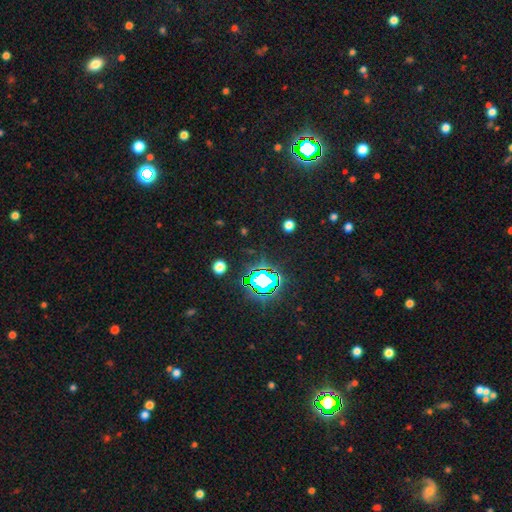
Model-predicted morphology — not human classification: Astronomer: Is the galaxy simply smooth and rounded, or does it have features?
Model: star or artifact — 82%.